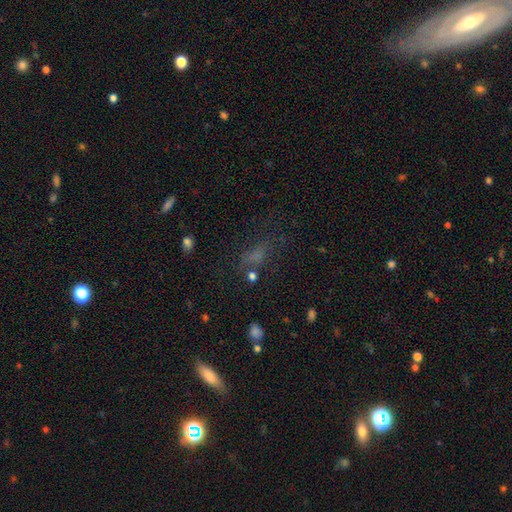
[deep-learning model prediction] Overall: smooth (54%; star or artifact 29%). How rounded: in between (65%). Merging: none (53%; major disturbance 20%).